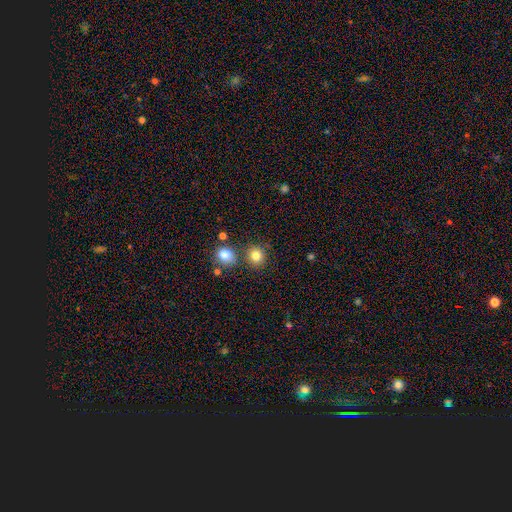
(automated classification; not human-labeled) Q: Smooth or featured?
A: smooth (82%); runner-up: star or artifact (12%)
Q: How rounded?
A: round (88%); runner-up: in between (11%)
Q: Merging?
A: none (78%); runner-up: merger (11%)